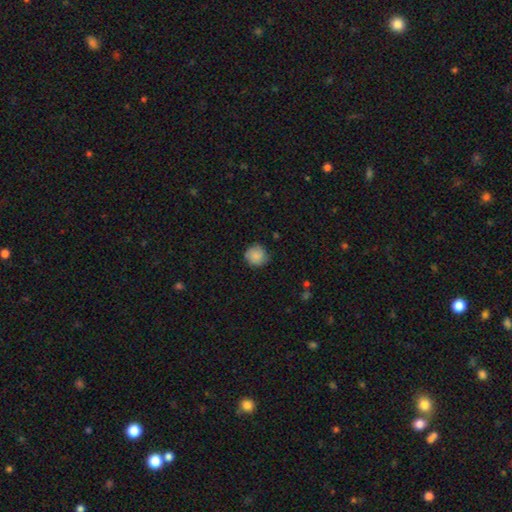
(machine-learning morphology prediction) Smooth or featured? smooth (87%)
How rounded? round (93%)
Merging? none (83%)